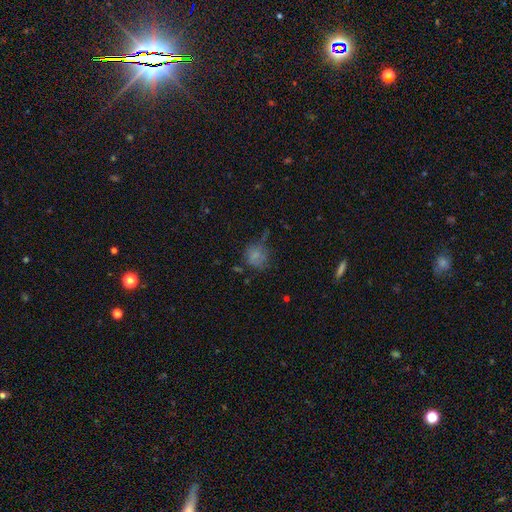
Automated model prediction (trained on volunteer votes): Smooth or featured? smooth (73%)
How rounded? round (78%)
Merging? none (53%)